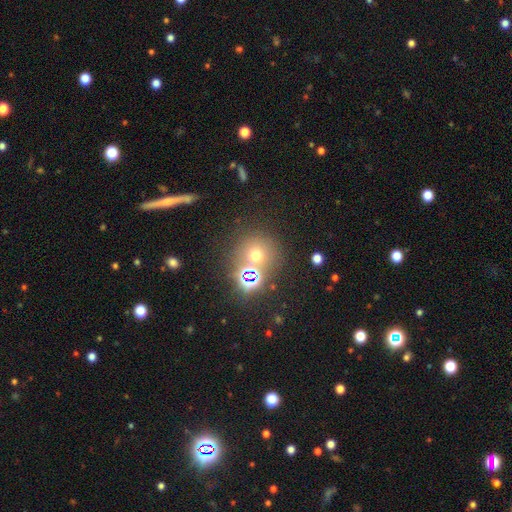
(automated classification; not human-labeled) Smooth or featured?
  - smooth: 57% *
  - star or artifact: 33%
  - featured or disk: 11%
How rounded?
  - round: 90% *
  - in between: 9%
  - cigar-shaped: 1%
Merging?
  - none: 68% *
  - merger: 19%
  - minor disturbance: 8%
  - major disturbance: 5%